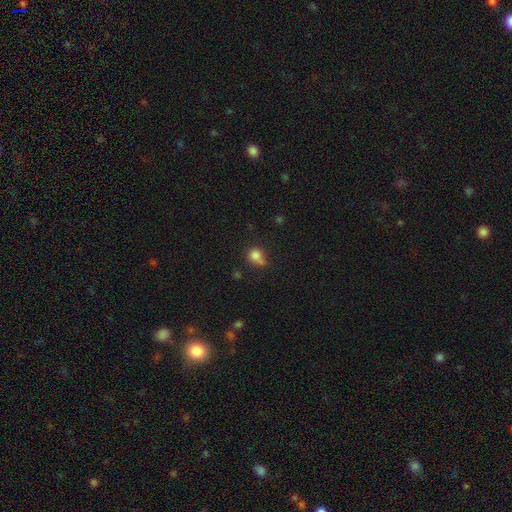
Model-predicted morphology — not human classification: Smooth or featured?
  - smooth: 81% *
  - star or artifact: 11%
  - featured or disk: 8%
How rounded?
  - round: 72% *
  - in between: 27%
  - cigar-shaped: 1%
Merging?
  - none: 44% *
  - minor disturbance: 30%
  - merger: 14%
  - major disturbance: 12%